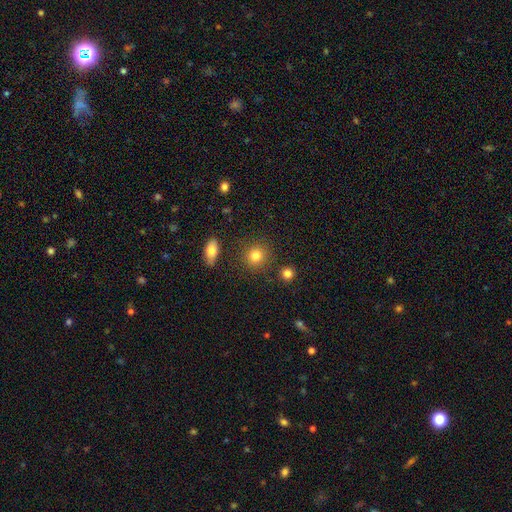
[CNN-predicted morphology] smooth-or-featured: smooth: 83% | star or artifact: 10% | featured or disk: 7%
  how-rounded: round: 86% | in between: 13% | cigar-shaped: 1%
  merging: none: 86% | minor disturbance: 8% | merger: 4% | major disturbance: 3%